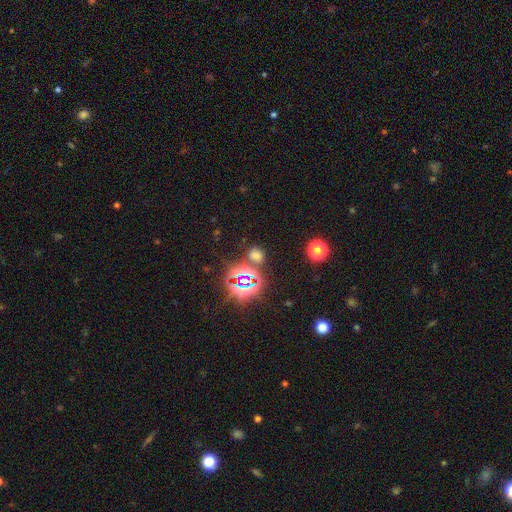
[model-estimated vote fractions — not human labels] Smooth or featured? Predicted: star or artifact (p=0.47).